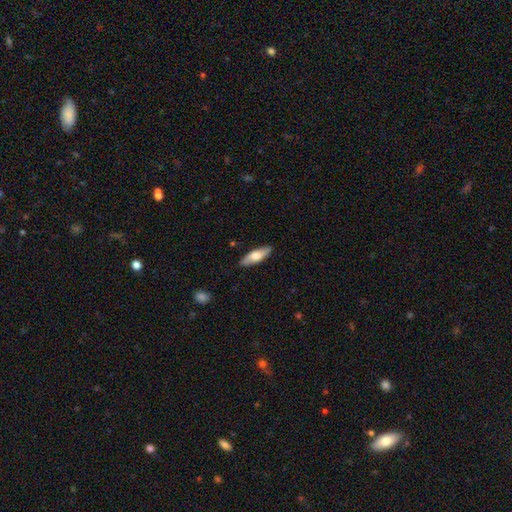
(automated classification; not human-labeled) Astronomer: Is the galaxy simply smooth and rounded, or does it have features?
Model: smooth — 60%.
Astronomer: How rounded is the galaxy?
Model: in between — 52% (runner-up: cigar-shaped, 46%).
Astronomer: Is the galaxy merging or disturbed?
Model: none — 87%.